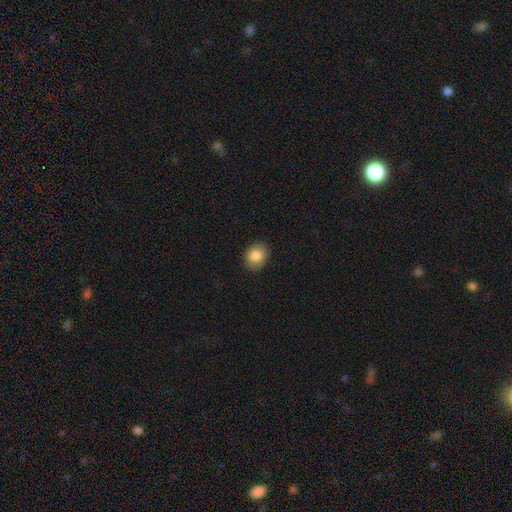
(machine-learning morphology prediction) Q: Smooth or featured?
A: smooth (85%); runner-up: star or artifact (8%)
Q: How rounded?
A: in between (50%); runner-up: round (49%)
Q: Merging?
A: none (87%); runner-up: minor disturbance (9%)